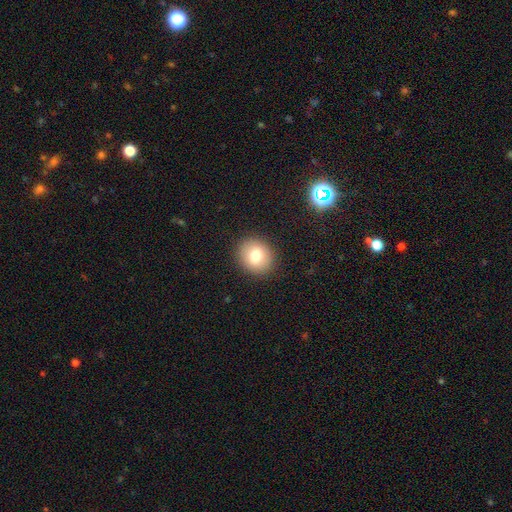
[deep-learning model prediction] A smooth galaxy with no disk features (77%) that is round (75%). Merging: none (90%).